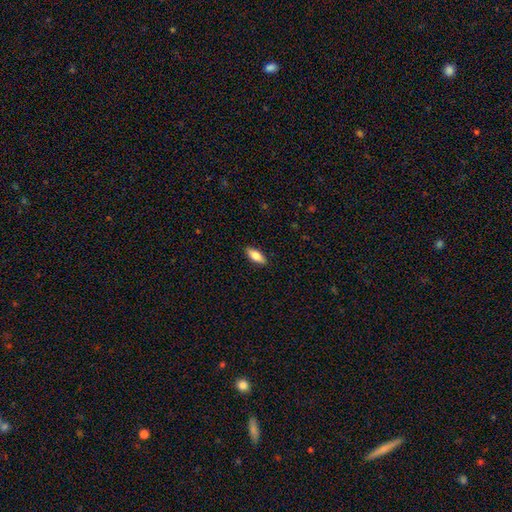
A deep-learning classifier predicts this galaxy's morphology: A smooth galaxy with no disk features (78%) that is in between round and cigar-shaped (80%).

Vote fractions:
- Smooth or featured? smooth: 78% / featured or disk: 15% / star or artifact: 6%
- How rounded? in between: 80% / cigar-shaped: 17% / round: 2%
- Merging? none: 89% / minor disturbance: 9% / major disturbance: 2% / merger: 1%